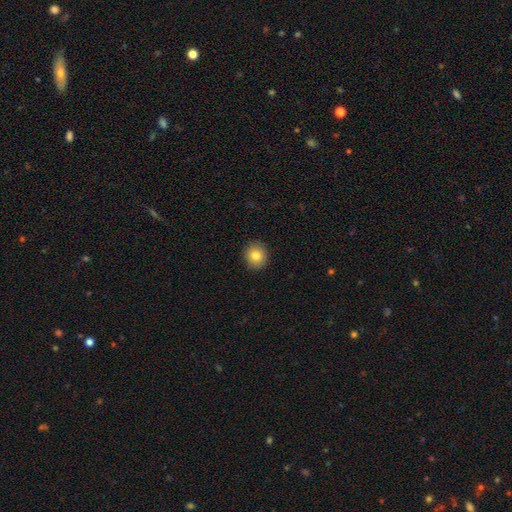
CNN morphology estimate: smooth_or_featured: smooth (p=0.82) [alt: star or artifact p=0.10]
how_rounded: round (p=0.86) [alt: in between p=0.13]
merging: none (p=0.92) [alt: minor disturbance p=0.06]